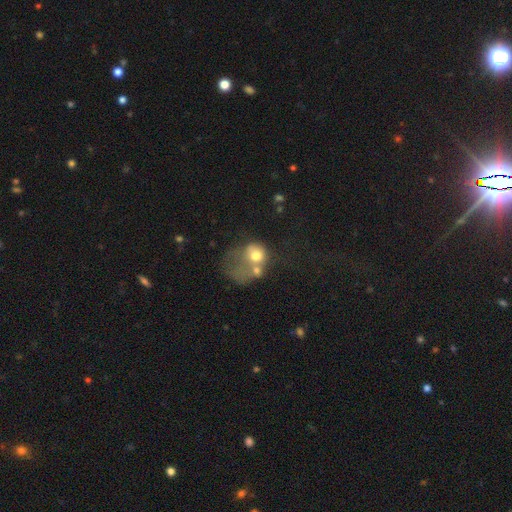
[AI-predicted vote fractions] Overall: smooth (60%; featured or disk 29%). How rounded: round (57%; in between 42%). Merging: merger (39%; major disturbance 38%).